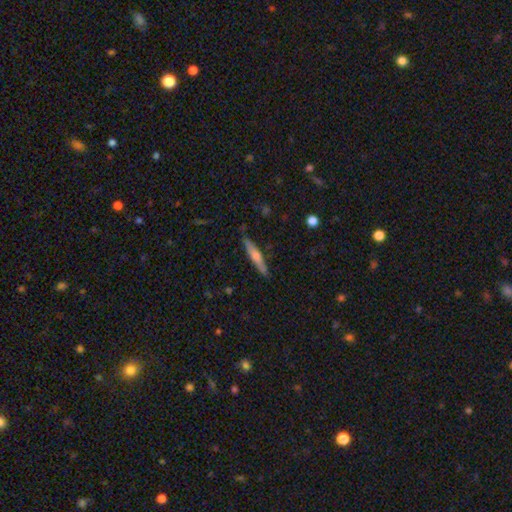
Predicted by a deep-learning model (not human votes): Morphology: type=featured or disk (51%); edge-on=yes (96%); merging=none (88%).